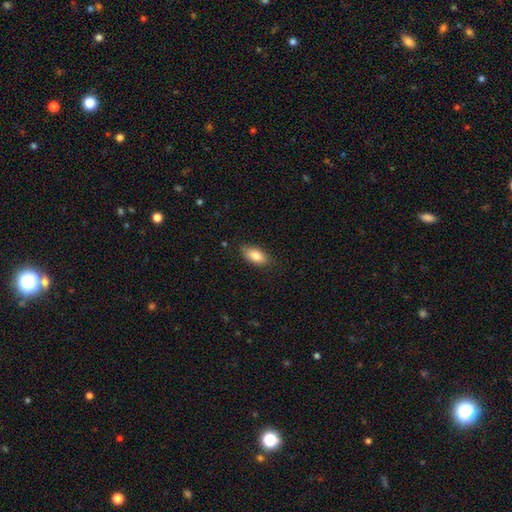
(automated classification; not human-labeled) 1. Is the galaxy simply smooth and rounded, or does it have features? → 83% smooth, 10% featured or disk, 7% star or artifact.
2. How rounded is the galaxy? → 90% in between, 6% cigar-shaped, 3% round.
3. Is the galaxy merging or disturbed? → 82% none, 14% minor disturbance, 3% major disturbance, 1% merger.